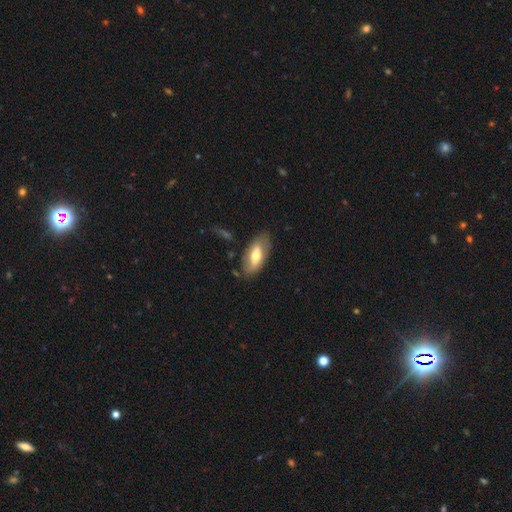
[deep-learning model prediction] This is possibly a smooth galaxy (56%). How rounded: clearly in between (88%). Merging: likely none (74%).